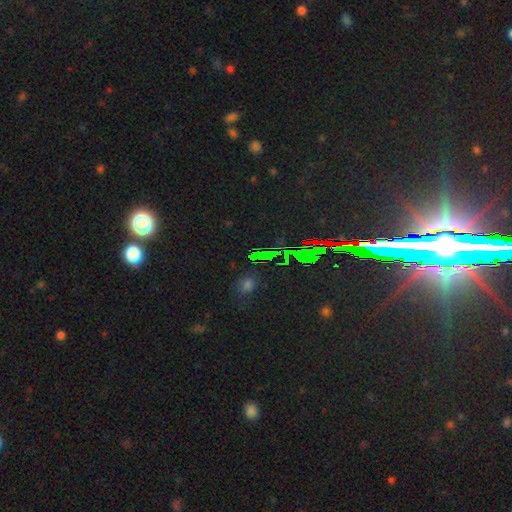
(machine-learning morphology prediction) type=star or artifact (66%).